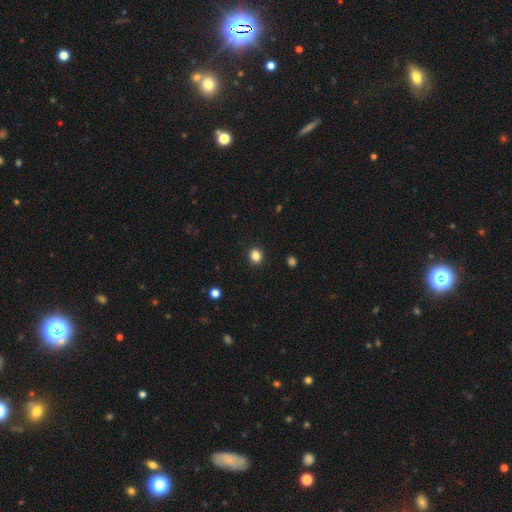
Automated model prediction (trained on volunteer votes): Q: Smooth or featured?
A: smooth (85%); runner-up: star or artifact (11%)
Q: How rounded?
A: round (72%); runner-up: in between (28%)
Q: Merging?
A: none (91%); runner-up: minor disturbance (6%)